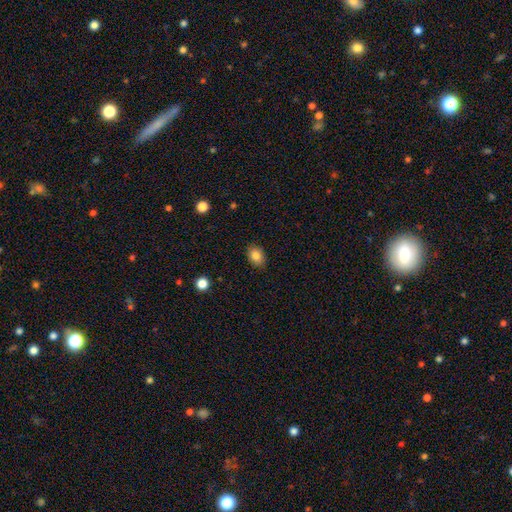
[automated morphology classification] A smooth galaxy with no disk features (85%) that is in between round and cigar-shaped (69%).

Vote fractions:
- Smooth or featured? smooth: 85% / star or artifact: 9% / featured or disk: 6%
- How rounded? in between: 69% / round: 30% / cigar-shaped: 1%
- Merging? none: 87% / minor disturbance: 10% / major disturbance: 2% / merger: 1%